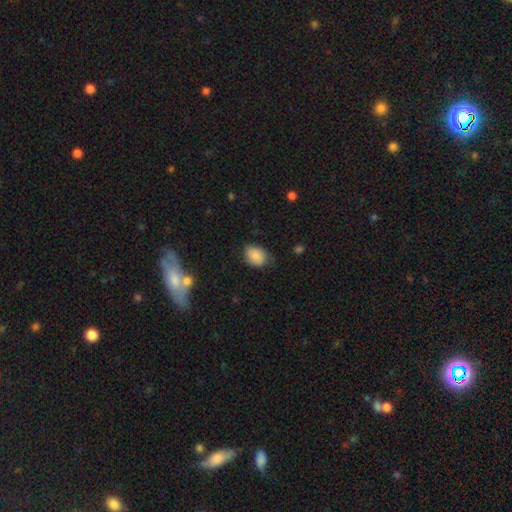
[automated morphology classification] Smooth or featured? Predicted: smooth (p=0.84). How rounded? Predicted: in between (p=0.72). Merging? Predicted: none (p=0.68).